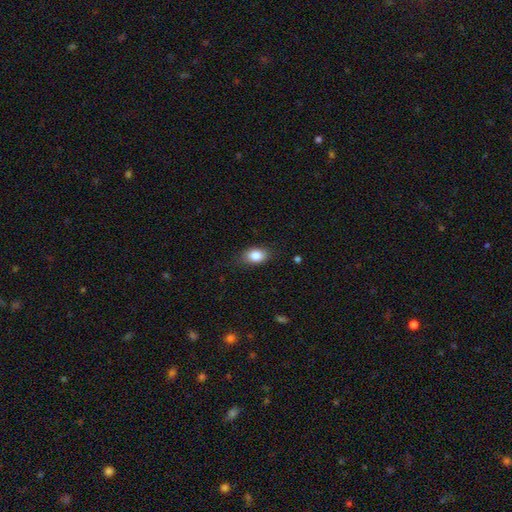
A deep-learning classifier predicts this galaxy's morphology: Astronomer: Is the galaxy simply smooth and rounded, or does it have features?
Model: smooth — 84%.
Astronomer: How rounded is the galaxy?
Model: in between — 81%.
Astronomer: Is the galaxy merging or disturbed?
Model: none — 80%.